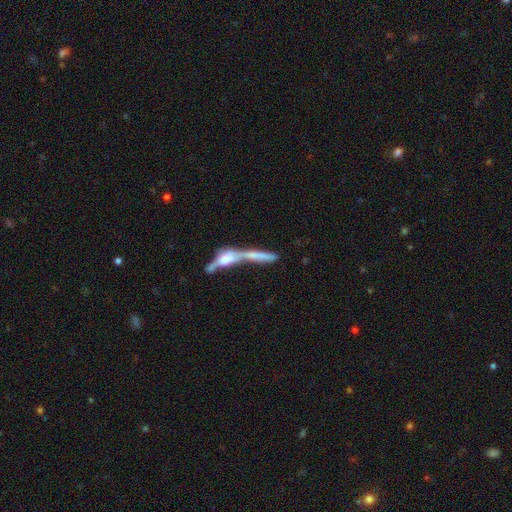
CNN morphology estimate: Overall: featured or disk (49%; smooth 40%). Merging: merger (64%).